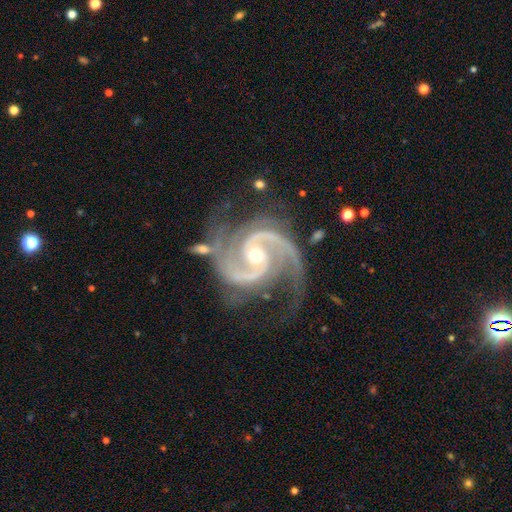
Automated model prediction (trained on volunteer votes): A featured or disk galaxy (94%) with no bar (51%), 2 (80%) medium (59%) spiral arms (99%) and a moderate central bulge (55%).

Vote fractions:
- Smooth or featured? featured or disk: 94% / star or artifact: 4% / smooth: 2%
- Edge-on disk? no: 98% / yes: 2%
- Bar? no: 51% / weak: 35% / strong: 14%
- Spiral arms? yes: 99% / no: 1%
- Spiral winding? medium: 59% / tight: 31% / loose: 10%
- Spiral arm count? 2: 80% / 3: 11% / can't tell: 3% / 4: 2% / 1: 2% / more than 4: 2%
- Bulge size? moderate: 55% / small: 40% / large: 2% / none: 1% / dominant: 1%
- Merging? none: 60% / minor disturbance: 23% / major disturbance: 13% / merger: 4%